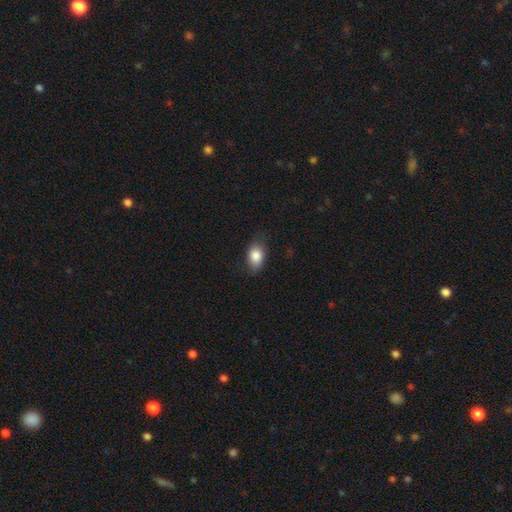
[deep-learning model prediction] smooth 85%, star or artifact 8%, featured or disk 7%. Down the decision tree: how rounded — in between (81%); merging — none (77%).